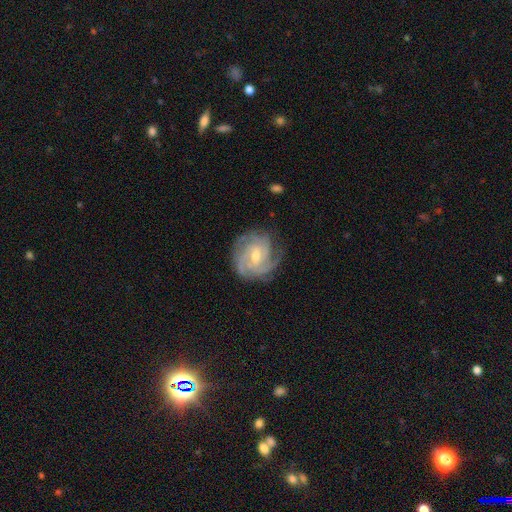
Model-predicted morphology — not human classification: type=featured or disk (87%); edge-on=no (98%); bar=weak (50%); spiral arms=yes (97%); winding=tight (68%); arm count=3 (31%); bulge=moderate (55%); merging=none (76%).